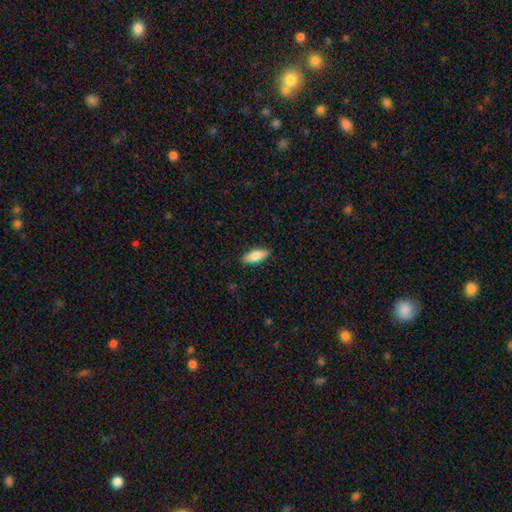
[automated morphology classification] Q: Smooth or featured?
A: smooth (77%); runner-up: featured or disk (17%)
Q: How rounded?
A: in between (73%); runner-up: cigar-shaped (24%)
Q: Merging?
A: none (88%); runner-up: minor disturbance (9%)